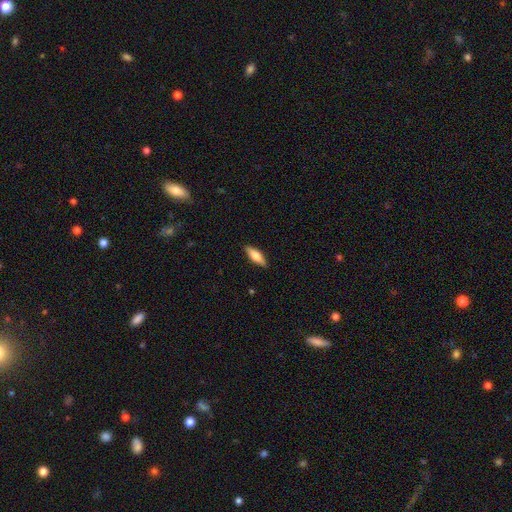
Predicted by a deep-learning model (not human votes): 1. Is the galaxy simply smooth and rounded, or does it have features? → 61% smooth, 33% featured or disk, 6% star or artifact.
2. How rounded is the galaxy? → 52% in between, 45% cigar-shaped, 2% round.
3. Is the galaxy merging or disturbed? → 88% none, 9% minor disturbance, 2% major disturbance, 1% merger.